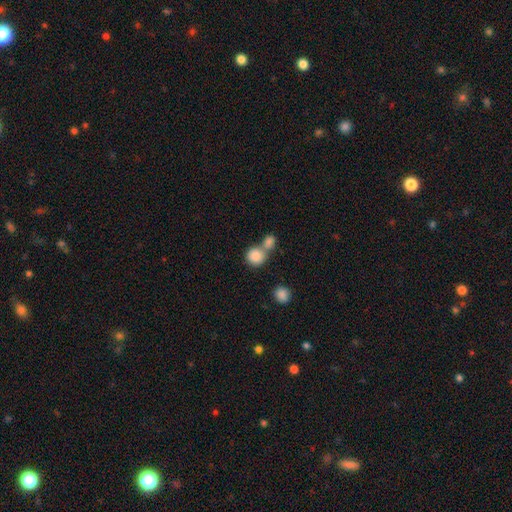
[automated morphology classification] type=smooth (85%); roundness=round (87%); merging=merger (49%).